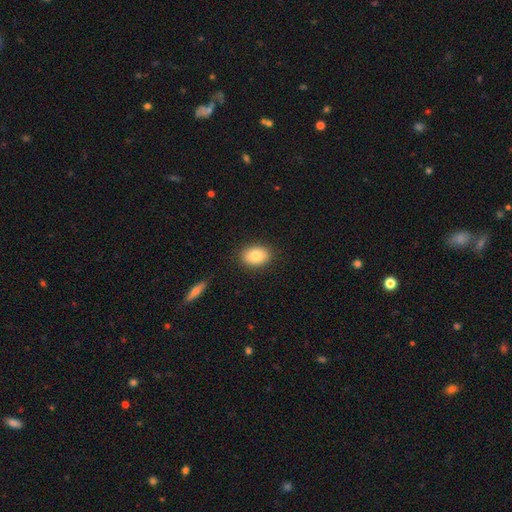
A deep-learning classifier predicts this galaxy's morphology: smooth-or-featured: smooth: 82% | featured or disk: 10% | star or artifact: 8%
  how-rounded: in between: 73% | round: 26% | cigar-shaped: 1%
  merging: none: 87% | minor disturbance: 9% | major disturbance: 2% | merger: 1%